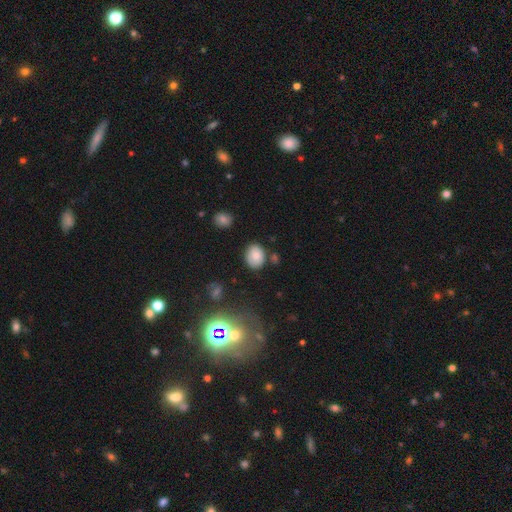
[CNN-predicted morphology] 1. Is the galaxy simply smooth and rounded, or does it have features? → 79% smooth, 11% star or artifact, 10% featured or disk.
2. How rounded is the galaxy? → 60% in between, 39% round, 1% cigar-shaped.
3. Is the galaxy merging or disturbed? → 79% none, 13% minor disturbance, 5% merger, 3% major disturbance.